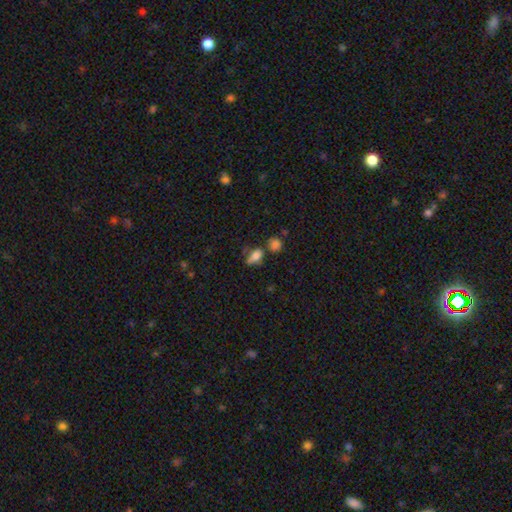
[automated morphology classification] The model was most divided on "merging": none: 41%, minor disturbance: 25%, merger: 21%, major disturbance: 14%. More confident: how rounded — in between (74%); smooth or featured — smooth (74%).